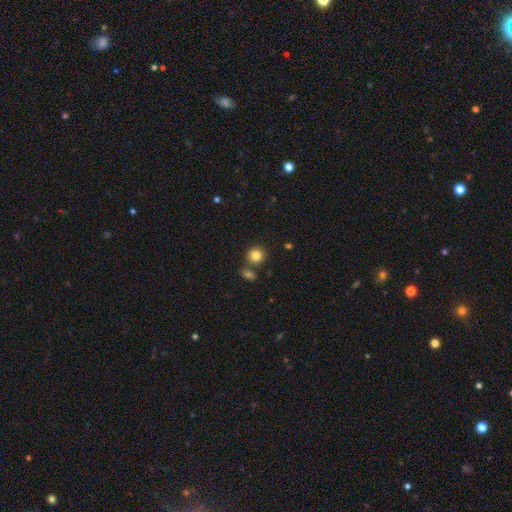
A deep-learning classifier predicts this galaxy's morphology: Q: Smooth or featured?
A: smooth (83%); runner-up: star or artifact (10%)
Q: How rounded?
A: round (89%); runner-up: in between (10%)
Q: Merging?
A: none (72%); runner-up: merger (17%)